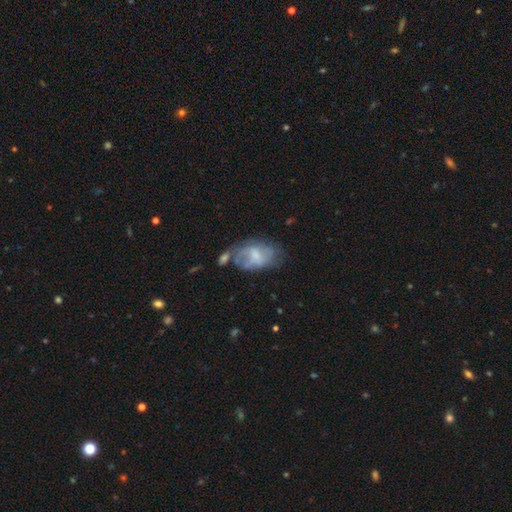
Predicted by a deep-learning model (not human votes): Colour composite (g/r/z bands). It shows a featured or disk galaxy (49%). Merging: none (40%).